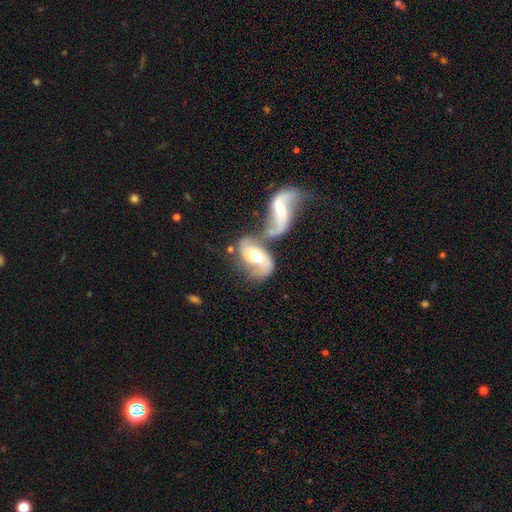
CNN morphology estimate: This is likely a featured or disk galaxy (72%). It is clearly not viewed edge-on (95%). Bar: marginally weak (43%). Spiral arm pattern: clearly yes (88%). Spiral arm count: clearly 2 (80%). Spiral winding: possibly loose (57%). Central bulge: possibly moderate (56%). Merging: likely merger (69%).